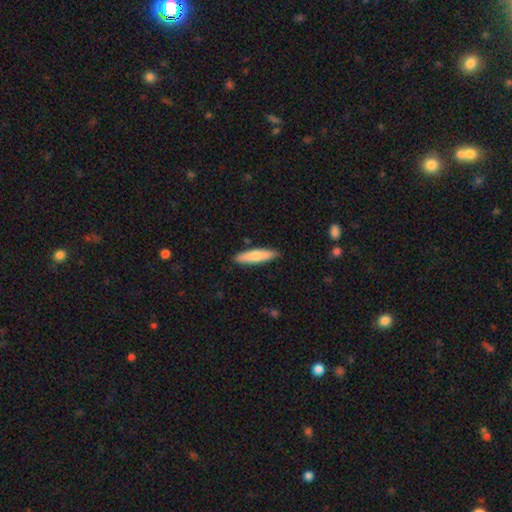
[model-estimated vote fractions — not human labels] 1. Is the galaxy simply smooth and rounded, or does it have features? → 79% smooth, 16% featured or disk, 5% star or artifact.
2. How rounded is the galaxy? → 73% cigar-shaped, 25% in between, 1% round.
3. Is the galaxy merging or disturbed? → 88% none, 9% minor disturbance, 2% major disturbance, 1% merger.